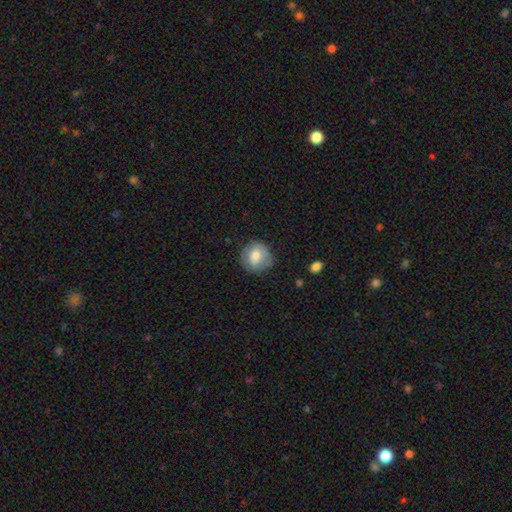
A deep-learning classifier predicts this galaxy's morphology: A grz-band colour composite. It shows a smooth galaxy with no disk features (74%) that is round (87%). Merging: none (75%).